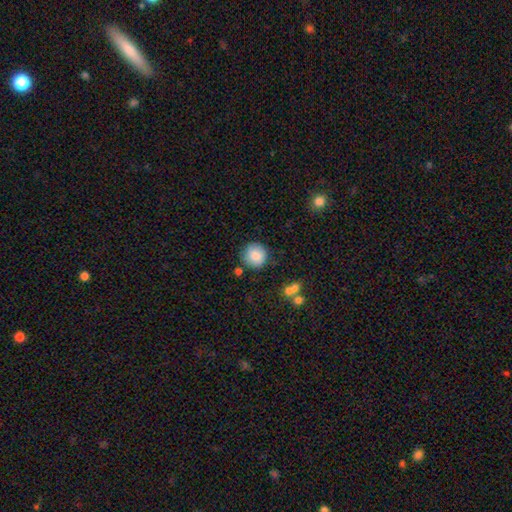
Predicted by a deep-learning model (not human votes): This is clearly a smooth galaxy (84%). How rounded: clearly round (93%). Merging: clearly none (82%).